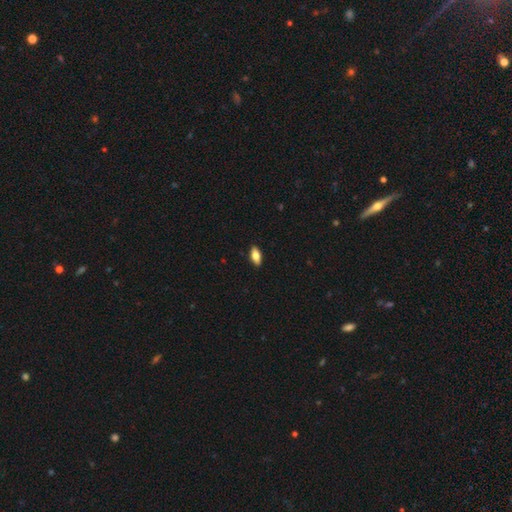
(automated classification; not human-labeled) A smooth galaxy with no disk features (75%) that is in between round and cigar-shaped (87%). Merging: none (90%).